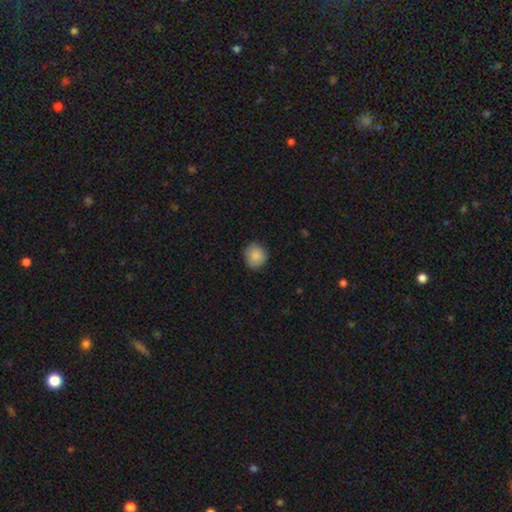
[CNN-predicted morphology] Smooth or featured?
  - smooth: 87% *
  - star or artifact: 7%
  - featured or disk: 5%
How rounded?
  - round: 86% *
  - in between: 13%
  - cigar-shaped: 1%
Merging?
  - none: 84% *
  - minor disturbance: 13%
  - major disturbance: 2%
  - merger: 1%